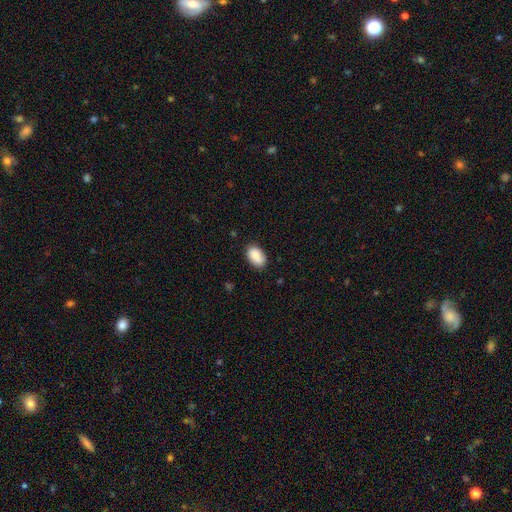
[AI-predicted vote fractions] Q: Smooth or featured?
A: smooth (88%); runner-up: star or artifact (7%)
Q: How rounded?
A: in between (90%); runner-up: round (9%)
Q: Merging?
A: none (82%); runner-up: minor disturbance (14%)